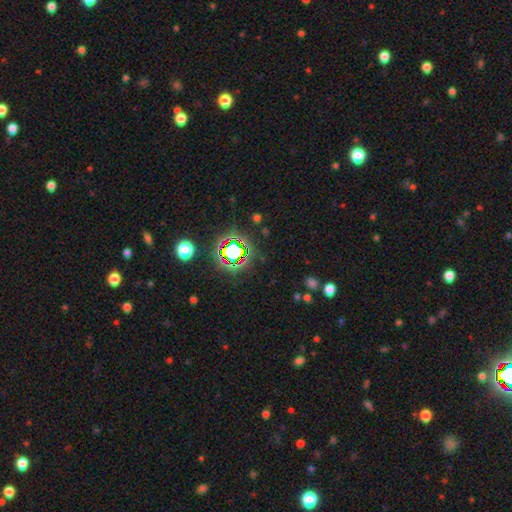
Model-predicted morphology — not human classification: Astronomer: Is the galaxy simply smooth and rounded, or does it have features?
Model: star or artifact — 78%.